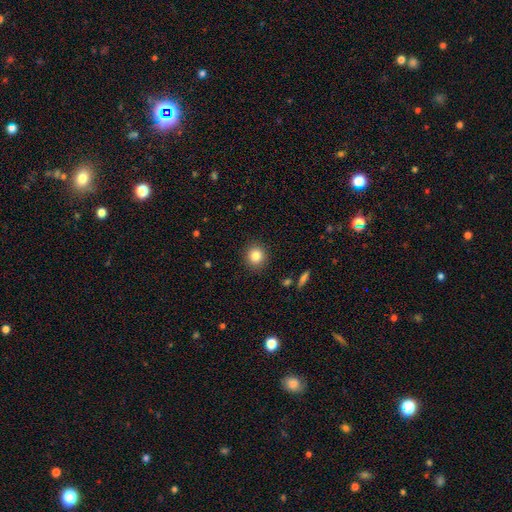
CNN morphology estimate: smooth_or_featured: smooth (p=0.83) [alt: star or artifact p=0.10]
how_rounded: round (p=0.89) [alt: in between p=0.10]
merging: none (p=0.90) [alt: minor disturbance p=0.06]